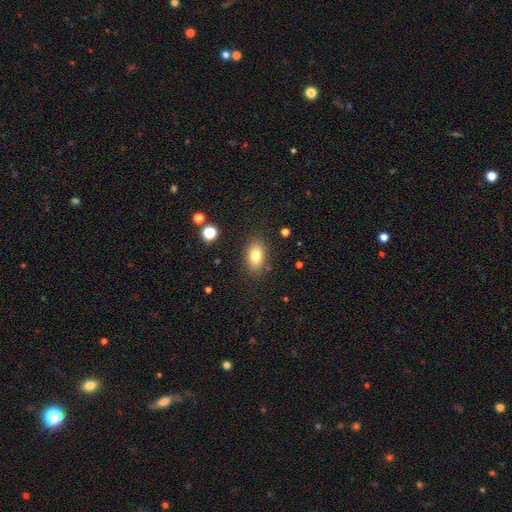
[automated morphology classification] A smooth galaxy with no disk features (79%) that is in between round and cigar-shaped (85%).

Vote fractions:
- Smooth or featured? smooth: 79% / featured or disk: 11% / star or artifact: 10%
- How rounded? in between: 85% / round: 13% / cigar-shaped: 2%
- Merging? none: 84% / minor disturbance: 11% / major disturbance: 3% / merger: 2%